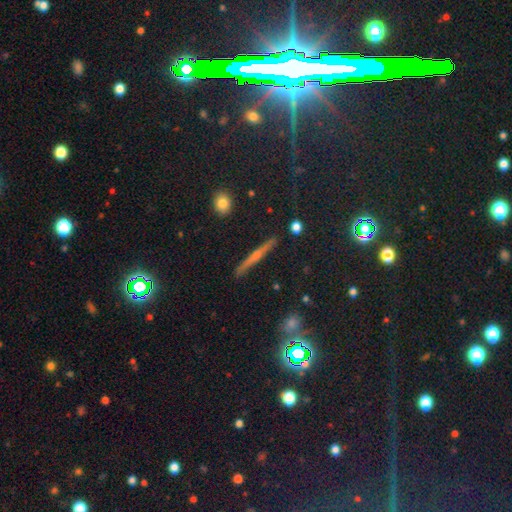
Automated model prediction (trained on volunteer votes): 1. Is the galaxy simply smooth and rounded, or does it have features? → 47% featured or disk, 36% smooth, 17% star or artifact.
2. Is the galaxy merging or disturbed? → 88% none, 9% minor disturbance, 2% major disturbance, 2% merger.